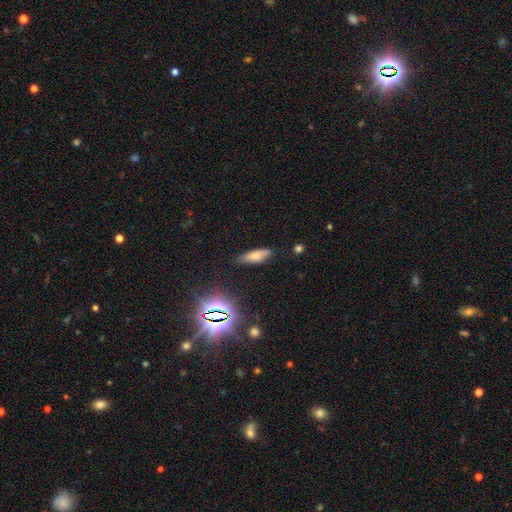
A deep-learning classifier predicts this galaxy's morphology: This is likely a smooth galaxy (69%). How rounded: possibly in between (53%). Merging: clearly none (81%).